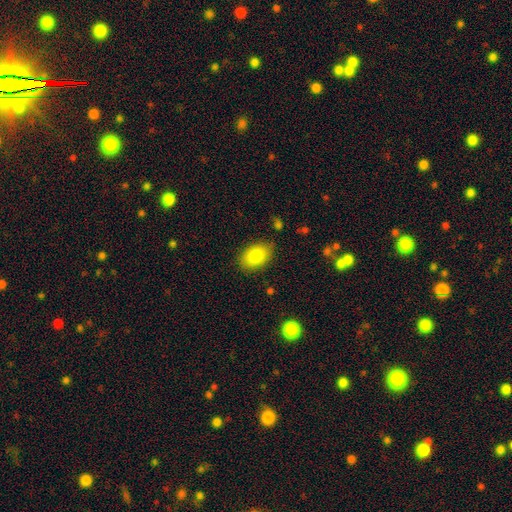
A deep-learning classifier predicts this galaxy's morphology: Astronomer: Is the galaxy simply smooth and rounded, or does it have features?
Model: smooth — 84%.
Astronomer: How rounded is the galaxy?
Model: in between — 87%.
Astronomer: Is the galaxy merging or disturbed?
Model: none — 83%.